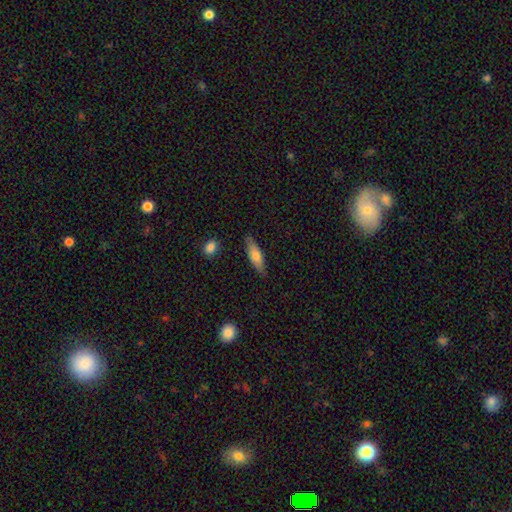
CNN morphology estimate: Smooth or featured: smooth — 64% (featured or disk — 30%)
How rounded: cigar-shaped — 58% (in between — 40%)
Merging: none — 83% (minor disturbance — 13%)